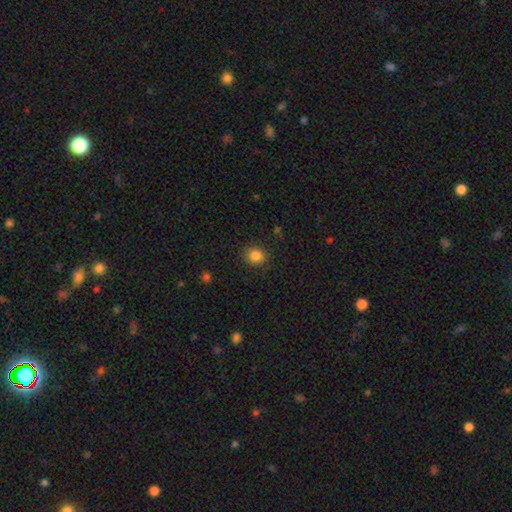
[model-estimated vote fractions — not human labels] A smooth galaxy with no disk features (85%) that is round (81%). Merging: none (87%).